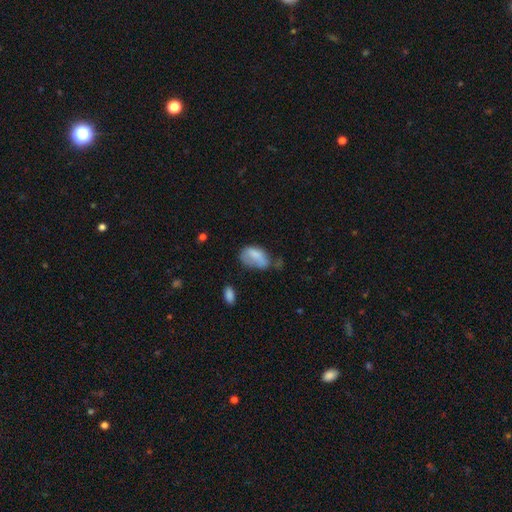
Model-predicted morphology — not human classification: smooth-or-featured: smooth: 73% | featured or disk: 18% | star or artifact: 9%
  how-rounded: in between: 90% | round: 7% | cigar-shaped: 3%
  merging: minor disturbance: 36% | none: 31% | major disturbance: 26% | merger: 7%